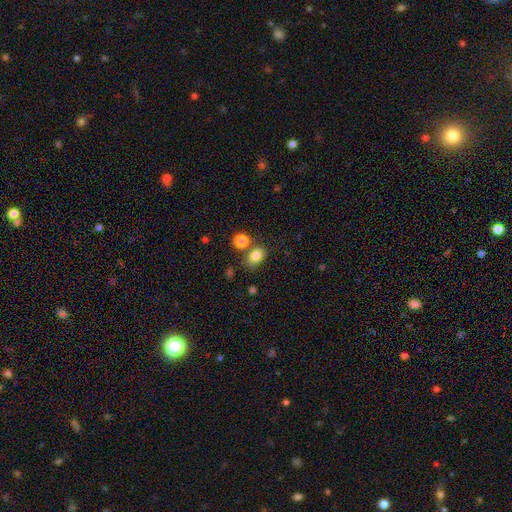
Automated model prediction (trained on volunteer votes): Q: Smooth or featured?
A: smooth (81%); runner-up: star or artifact (12%)
Q: How rounded?
A: in between (65%); runner-up: round (34%)
Q: Merging?
A: none (64%); runner-up: merger (17%)